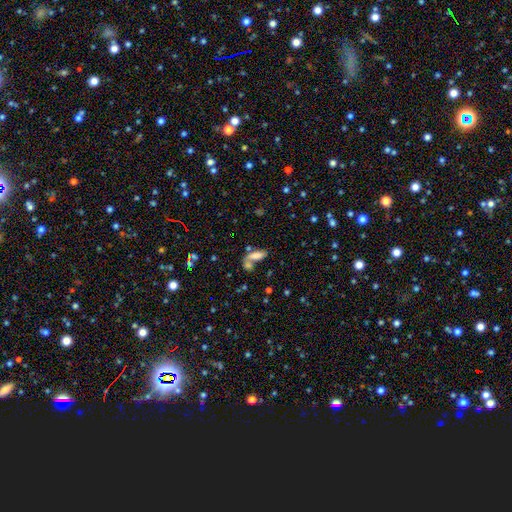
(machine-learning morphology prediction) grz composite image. It shows a smooth galaxy with no disk features (73%) that is in between round and cigar-shaped (68%). Merging: merger (47%).